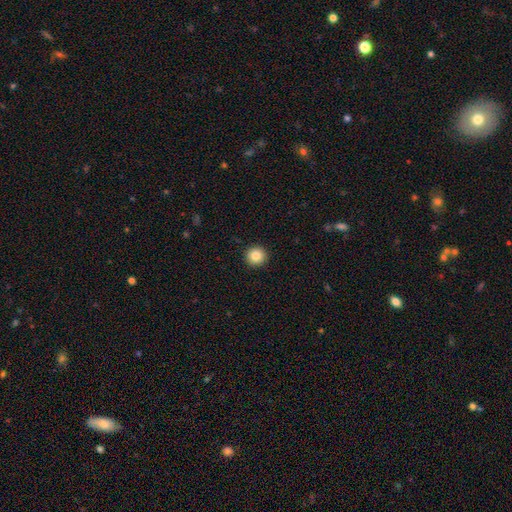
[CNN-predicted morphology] Smooth or featured: smooth — 84% (star or artifact — 10%)
How rounded: round — 96% (in between — 4%)
Merging: none — 93% (minor disturbance — 4%)